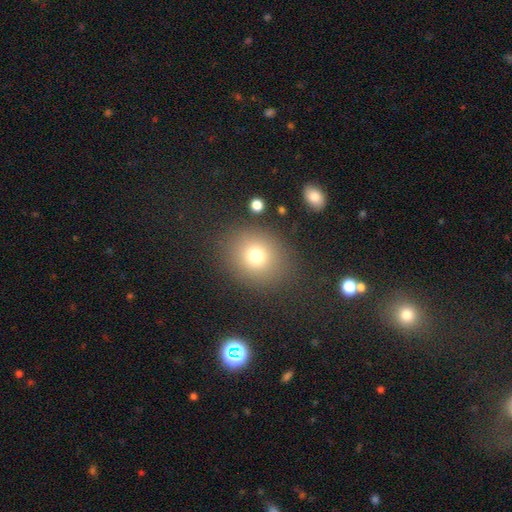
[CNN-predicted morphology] Smooth or featured? smooth (74%)
How rounded? round (73%)
Merging? none (83%)